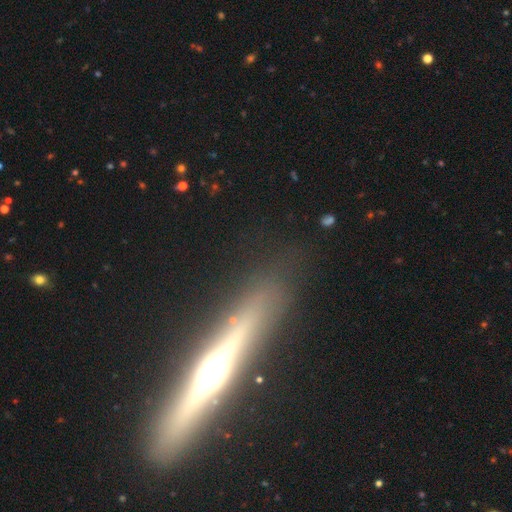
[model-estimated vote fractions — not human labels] A featured or disk galaxy (77%) viewed edge-on (95%) with a rounded central bulge (82%).

Vote fractions:
- Smooth or featured? featured or disk: 77% / smooth: 15% / star or artifact: 8%
- Edge-on disk? yes: 95% / no: 5%
- Edge-on bulge? rounded: 82% / none: 9% / boxy: 9%
- Merging? none: 87% / minor disturbance: 9% / major disturbance: 2% / merger: 2%